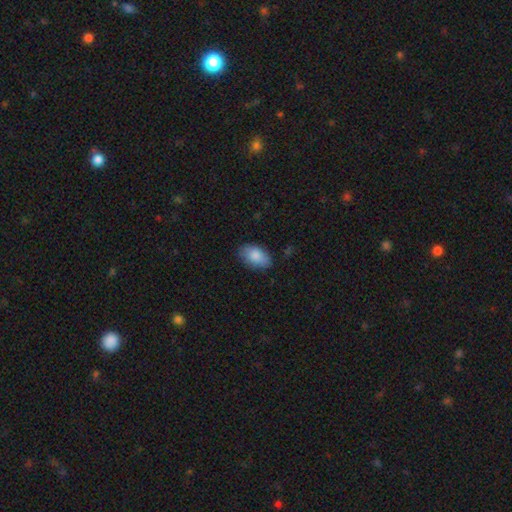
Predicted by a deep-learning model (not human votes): Smooth or featured?
  - smooth: 85% *
  - featured or disk: 8%
  - star or artifact: 6%
How rounded?
  - in between: 92% *
  - round: 7%
  - cigar-shaped: 1%
Merging?
  - none: 78% *
  - minor disturbance: 18%
  - major disturbance: 3%
  - merger: 1%